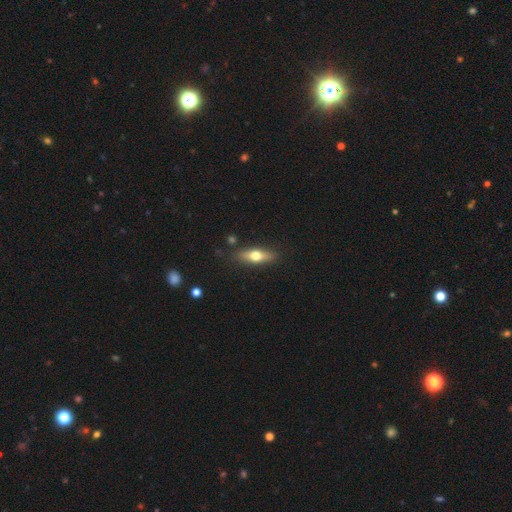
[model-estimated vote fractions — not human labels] Smooth or featured? smooth (49%)
Merging? none (85%)